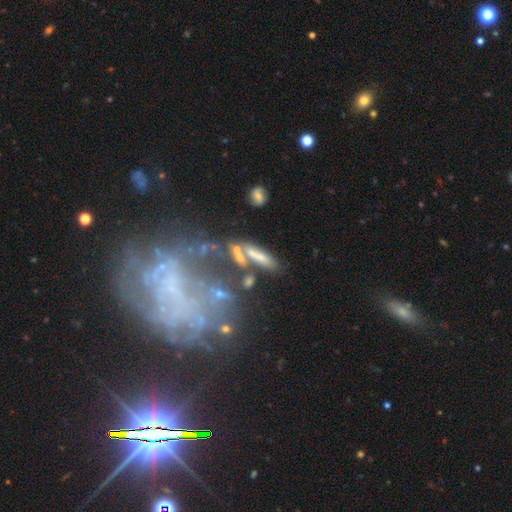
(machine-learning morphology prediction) Smooth or featured? smooth (53%)
How rounded? cigar-shaped (67%)
Merging? none (51%)